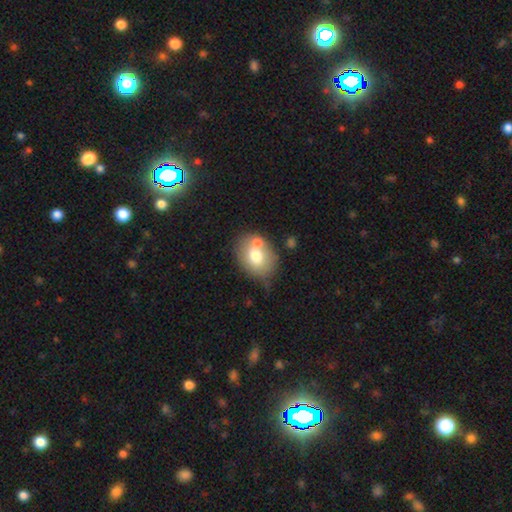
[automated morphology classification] This is likely a smooth galaxy (70%). How rounded: possibly in between (57%). Merging: possibly none (56%).